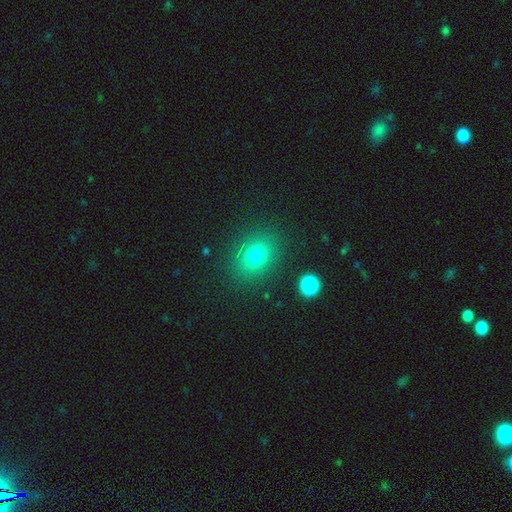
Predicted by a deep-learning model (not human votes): smooth 76%, star or artifact 15%, featured or disk 9%. Down the decision tree: how rounded — in between (57%); merging — none (85%).